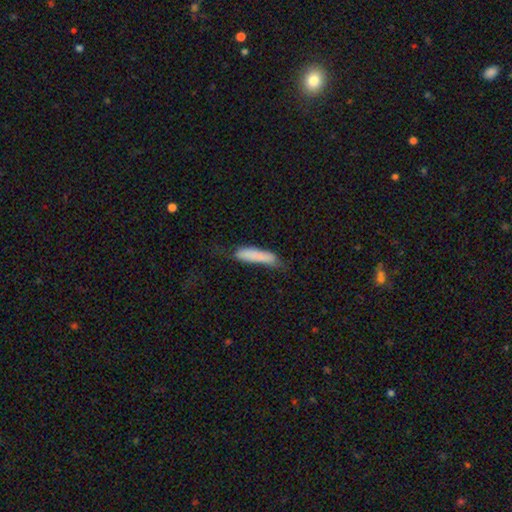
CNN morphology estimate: A smooth galaxy with no disk features (81%) that is cigar-shaped (80%). Merging: none (50%).